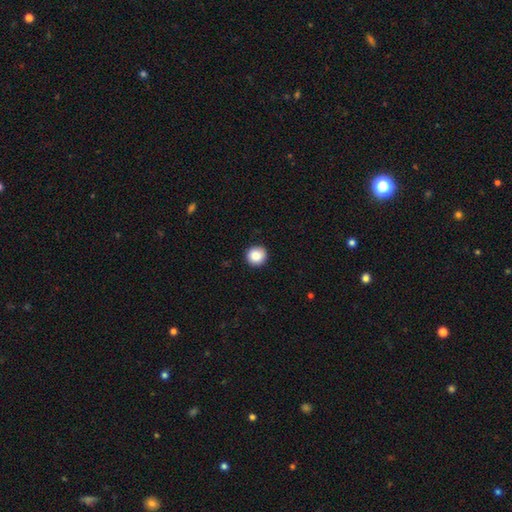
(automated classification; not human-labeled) Morphology: type=smooth (87%); roundness=round (93%); merging=none (91%).